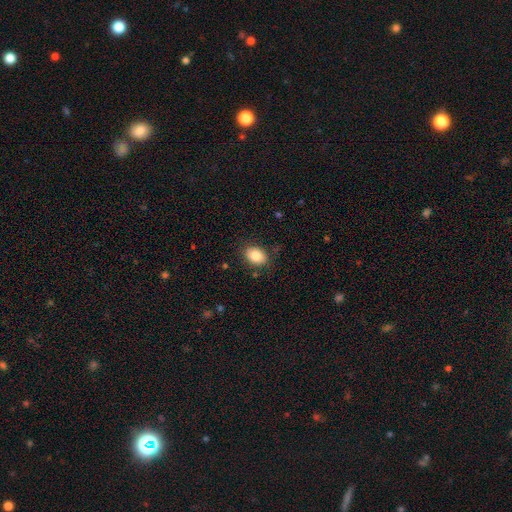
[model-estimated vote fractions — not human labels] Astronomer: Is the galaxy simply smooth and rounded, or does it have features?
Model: smooth — 84%.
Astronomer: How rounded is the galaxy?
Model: in between — 72%.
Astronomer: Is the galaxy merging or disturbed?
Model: none — 85%.